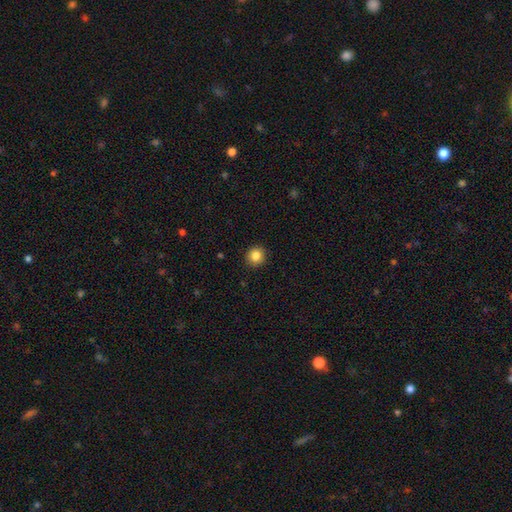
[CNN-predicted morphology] The model was most divided on "smooth or featured": smooth: 85%, star or artifact: 10%, featured or disk: 5%. More confident: merging — none (92%); how rounded — round (91%).